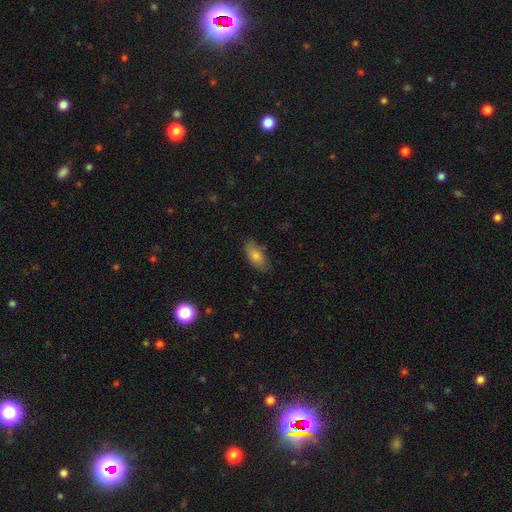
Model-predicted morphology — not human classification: This is likely a smooth galaxy (79%). How rounded: clearly in between (87%). Merging: likely none (79%).